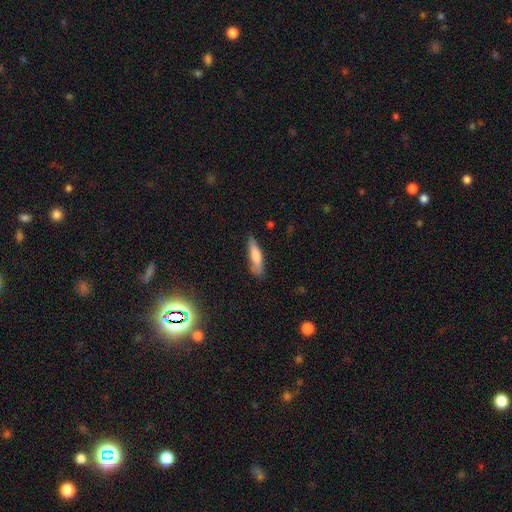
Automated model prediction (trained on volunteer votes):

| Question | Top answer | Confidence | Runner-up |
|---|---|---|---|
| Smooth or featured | smooth | 72% | featured or disk (22%) |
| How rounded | cigar-shaped | 73% | in between (26%) |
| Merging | none | 73% | minor disturbance (21%) |